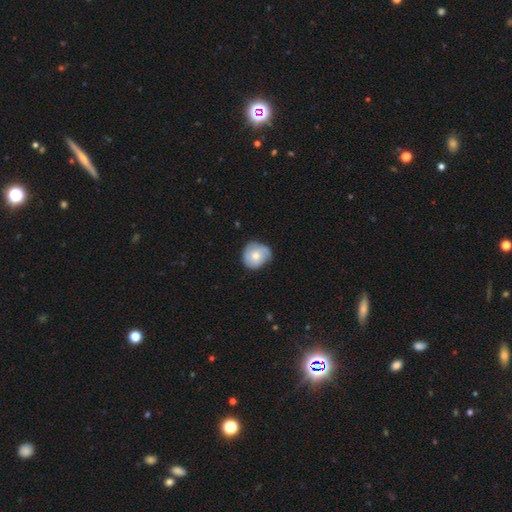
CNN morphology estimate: smooth_or_featured: smooth (p=0.66) [alt: featured or disk p=0.27]
how_rounded: round (p=0.84) [alt: in between p=0.15]
merging: none (p=0.68) [alt: minor disturbance p=0.26]